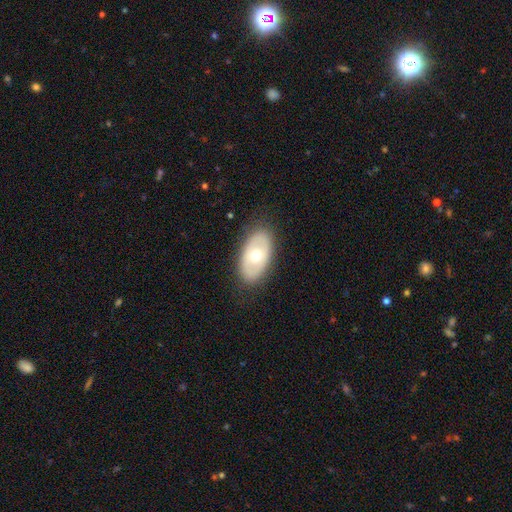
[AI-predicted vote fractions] smooth_or_featured: smooth (p=0.52) [alt: featured or disk p=0.42]
how_rounded: in between (p=0.91) [alt: round p=0.07]
merging: none (p=0.86) [alt: minor disturbance p=0.10]